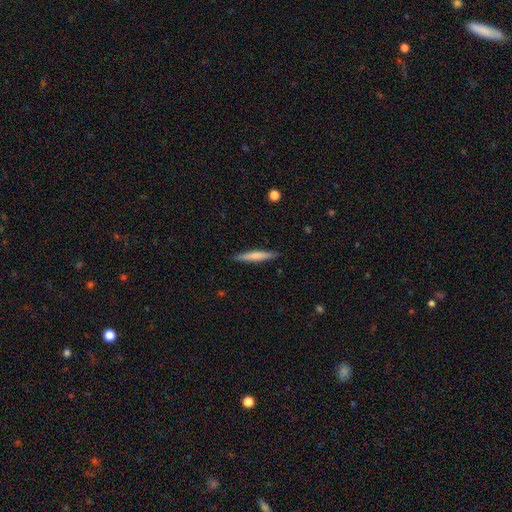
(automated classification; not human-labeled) Smooth or featured: smooth — 66% (featured or disk — 28%)
How rounded: cigar-shaped — 93% (in between — 5%)
Merging: none — 90% (minor disturbance — 8%)